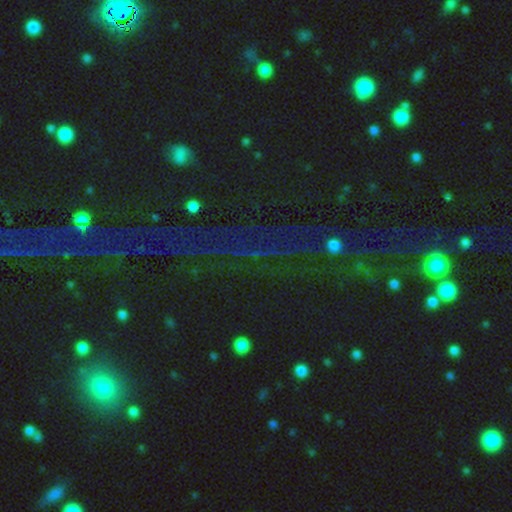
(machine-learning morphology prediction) smooth-or-featured: star or artifact: 75% | smooth: 14% | featured or disk: 11%